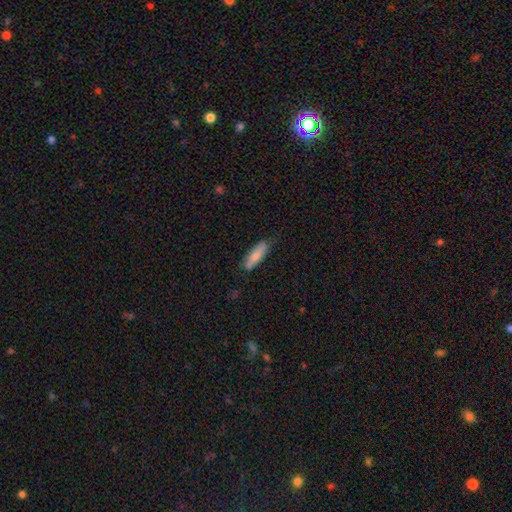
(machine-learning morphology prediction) This is likely a smooth galaxy (76%). How rounded: possibly cigar-shaped (53%). Merging: likely none (73%).